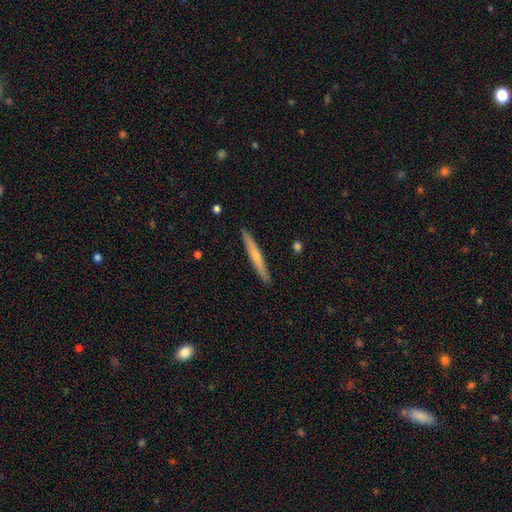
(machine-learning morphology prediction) Smooth or featured? smooth (50%)
How rounded? cigar-shaped (96%)
Merging? none (92%)